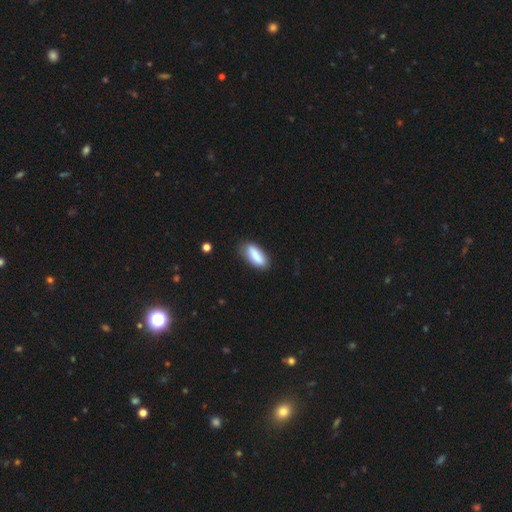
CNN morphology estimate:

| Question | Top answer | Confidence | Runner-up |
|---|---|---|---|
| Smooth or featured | smooth | 85% | featured or disk (9%) |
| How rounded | in between | 73% | cigar-shaped (25%) |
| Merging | none | 80% | minor disturbance (15%) |